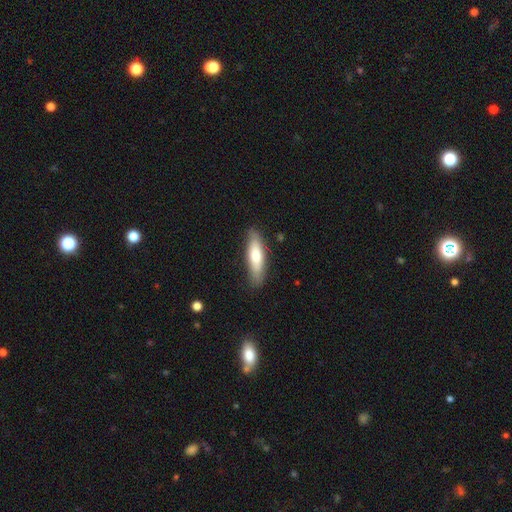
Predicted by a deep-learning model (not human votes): Q: Smooth or featured?
A: smooth (66%); runner-up: featured or disk (29%)
Q: How rounded?
A: cigar-shaped (63%); runner-up: in between (35%)
Q: Merging?
A: none (83%); runner-up: minor disturbance (13%)